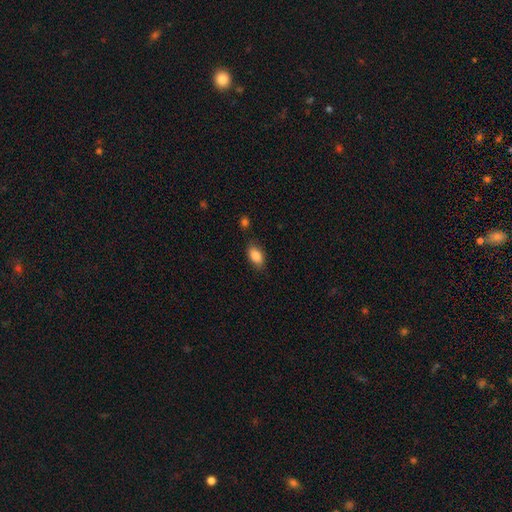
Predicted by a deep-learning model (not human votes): Morphology: type=smooth (85%); roundness=in between (90%); merging=none (82%).